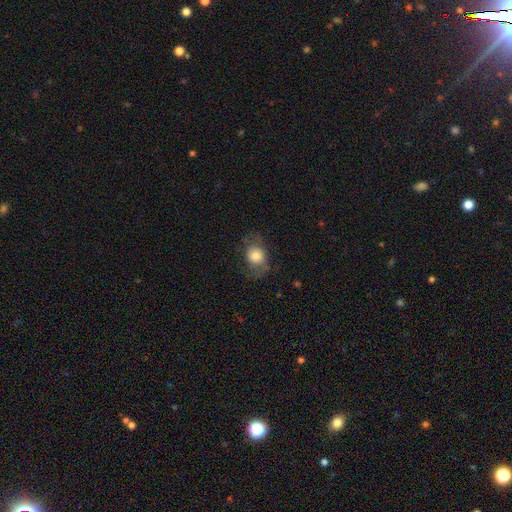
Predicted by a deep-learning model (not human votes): Q: Smooth or featured?
A: smooth (73%); runner-up: featured or disk (18%)
Q: How rounded?
A: round (58%); runner-up: in between (41%)
Q: Merging?
A: none (63%); runner-up: minor disturbance (21%)